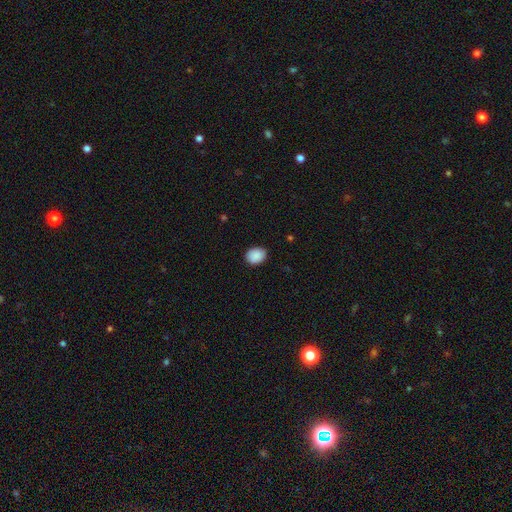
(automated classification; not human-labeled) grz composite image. It shows a smooth galaxy with no disk features (89%) that is in between round and cigar-shaped (53%). Merging: none (81%).